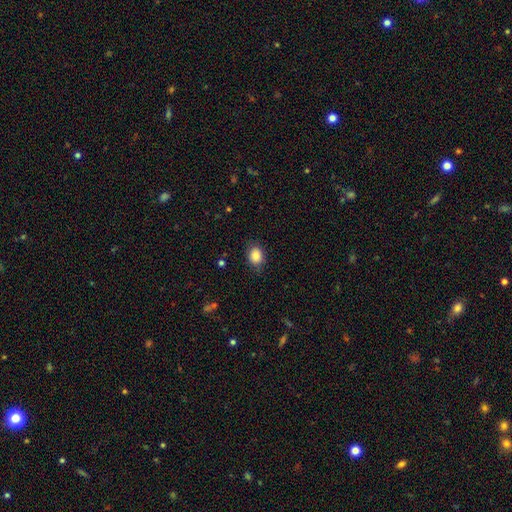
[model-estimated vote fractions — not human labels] Q: Smooth or featured?
A: smooth (86%); runner-up: star or artifact (9%)
Q: How rounded?
A: in between (51%); runner-up: round (48%)
Q: Merging?
A: none (81%); runner-up: minor disturbance (14%)